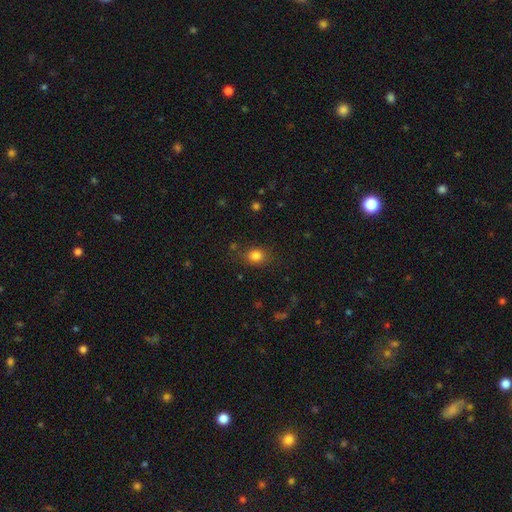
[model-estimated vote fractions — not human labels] smooth-or-featured: smooth: 82% | star or artifact: 12% | featured or disk: 6%
  how-rounded: round: 56% | in between: 43% | cigar-shaped: 1%
  merging: none: 79% | minor disturbance: 14% | major disturbance: 5% | merger: 2%